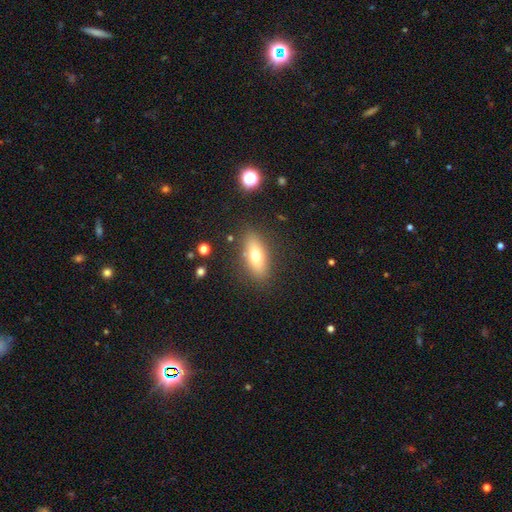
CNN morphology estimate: smooth-or-featured: smooth: 66% | featured or disk: 25% | star or artifact: 9%
  how-rounded: in between: 73% | cigar-shaped: 21% | round: 5%
  merging: none: 84% | minor disturbance: 11% | major disturbance: 3% | merger: 2%